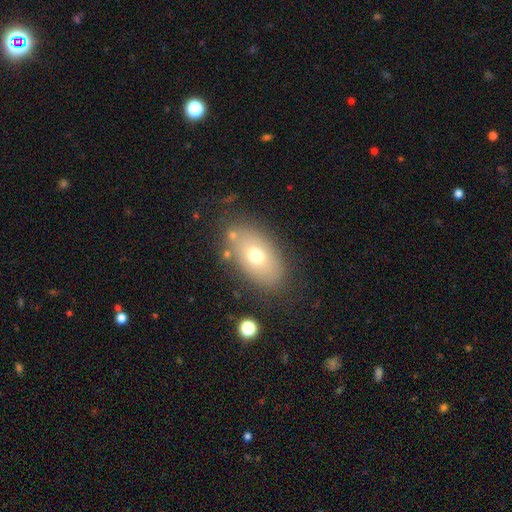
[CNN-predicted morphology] Smooth or featured? smooth (66%)
How rounded? in between (89%)
Merging? none (77%)